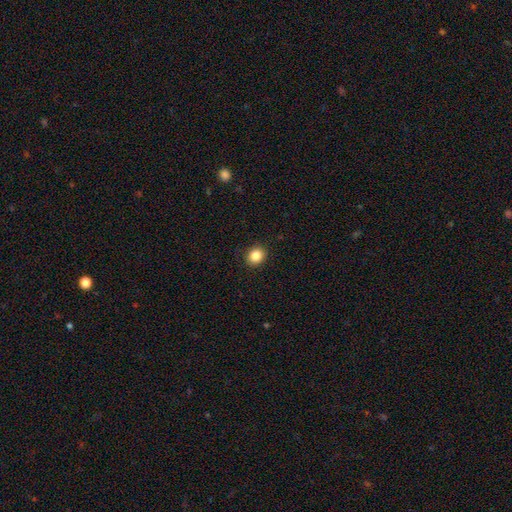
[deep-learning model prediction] The model was most divided on "how rounded": round: 74%, in between: 25%, cigar-shaped: 1%. More confident: merging — none (91%); smooth or featured — smooth (86%).